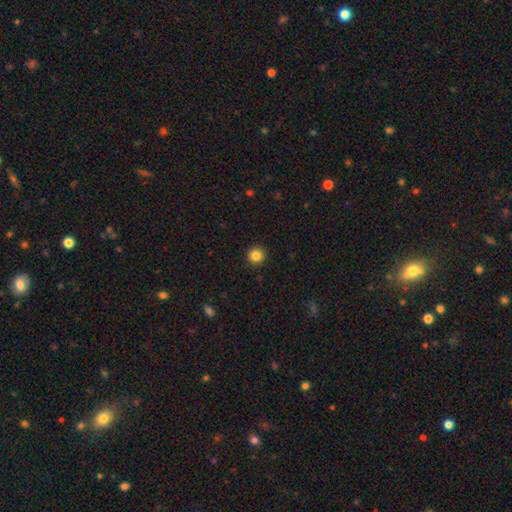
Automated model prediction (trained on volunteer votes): Smooth or featured: smooth — 85% (star or artifact — 11%)
How rounded: round — 95% (in between — 4%)
Merging: none — 92% (minor disturbance — 5%)